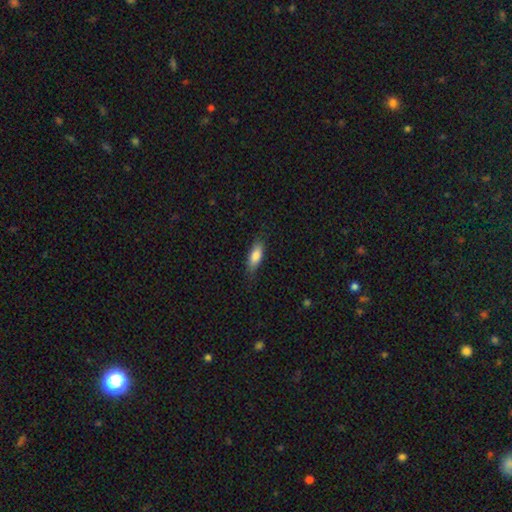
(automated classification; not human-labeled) A smooth galaxy with no disk features (80%) that is in between round and cigar-shaped (64%).

Vote fractions:
- Smooth or featured? smooth: 80% / featured or disk: 14% / star or artifact: 6%
- How rounded? in between: 64% / cigar-shaped: 34% / round: 2%
- Merging? none: 79% / minor disturbance: 16% / major disturbance: 3% / merger: 1%